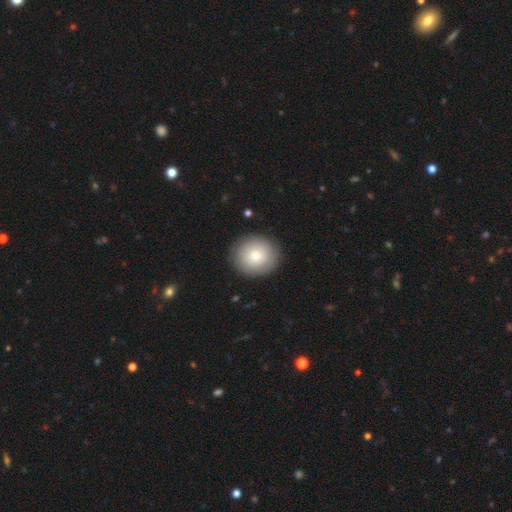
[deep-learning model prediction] This is clearly a smooth galaxy (80%). How rounded: clearly round (87%). Merging: clearly none (89%).